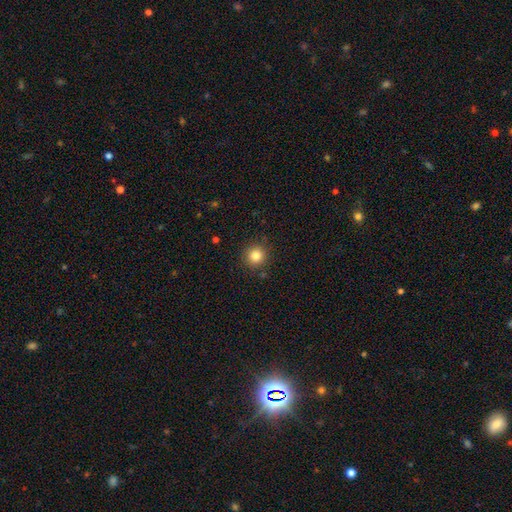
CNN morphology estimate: smooth 83%, star or artifact 12%, featured or disk 6%. Down the decision tree: how rounded — round (94%); merging — none (90%).